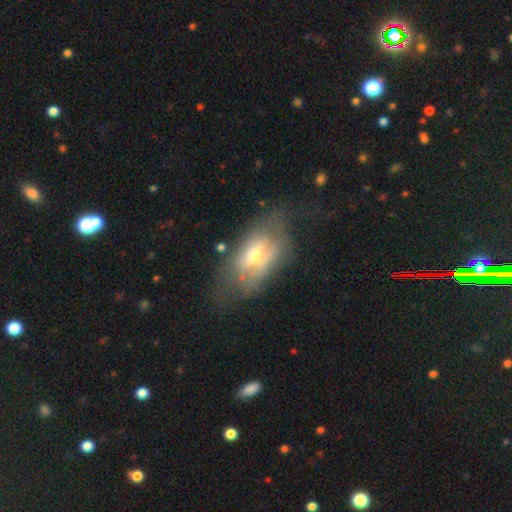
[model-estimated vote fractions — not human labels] Overall: featured or disk (47%; smooth 44%). Merging: none (39%; major disturbance 30%).